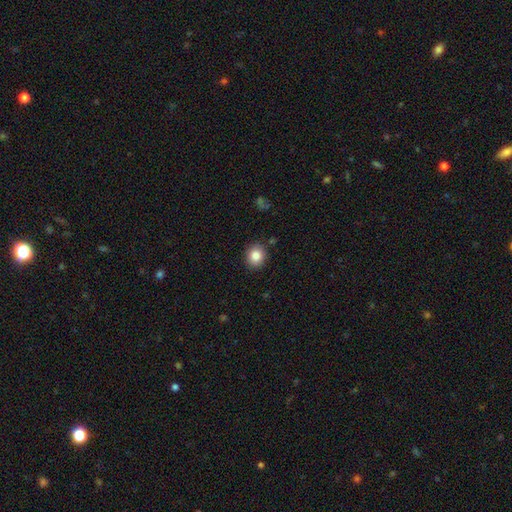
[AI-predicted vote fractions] Overall: smooth (84%). How rounded: round (78%). Merging: none (88%).